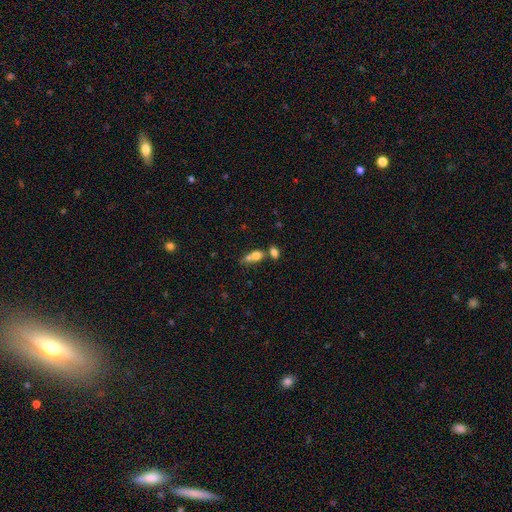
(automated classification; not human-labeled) A smooth galaxy with no disk features (73%) that is in between round and cigar-shaped (61%). Merging: merger (60%).